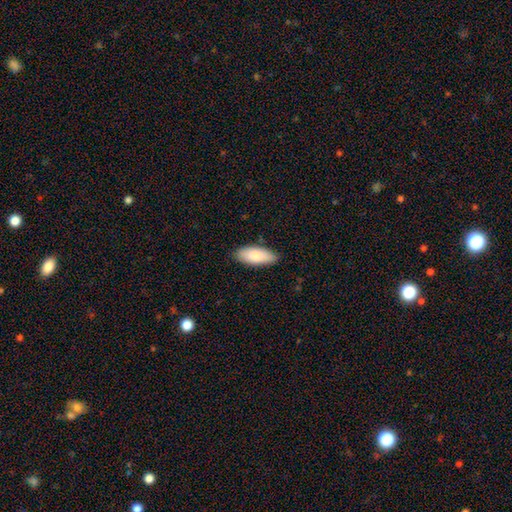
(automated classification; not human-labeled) Smooth or featured? smooth (87%)
How rounded? in between (84%)
Merging? none (84%)